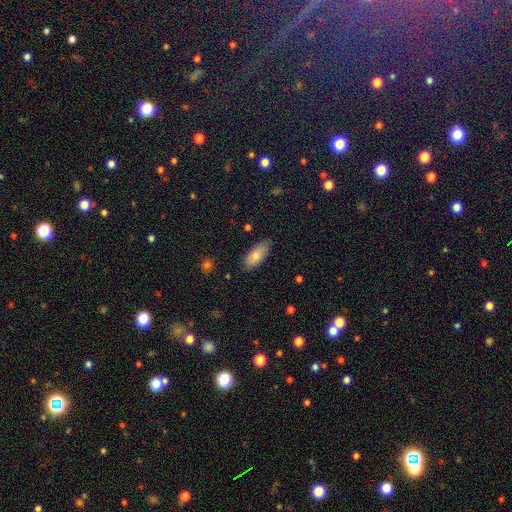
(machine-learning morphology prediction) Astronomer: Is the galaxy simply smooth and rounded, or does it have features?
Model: smooth — 80%.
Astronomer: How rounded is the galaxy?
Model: in between — 83%.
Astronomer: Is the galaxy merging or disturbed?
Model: none — 83%.